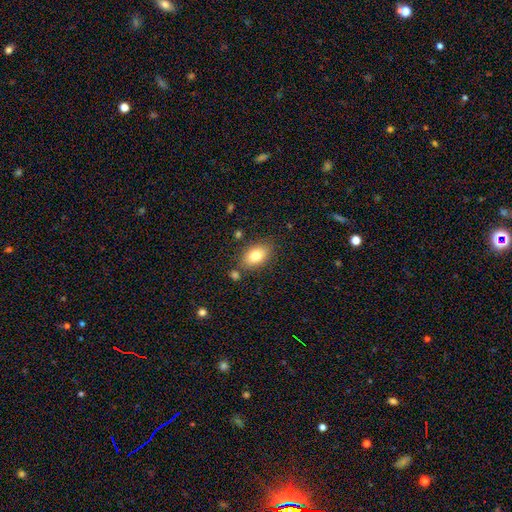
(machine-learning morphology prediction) Smooth or featured? smooth (80%)
How rounded? in between (86%)
Merging? none (80%)